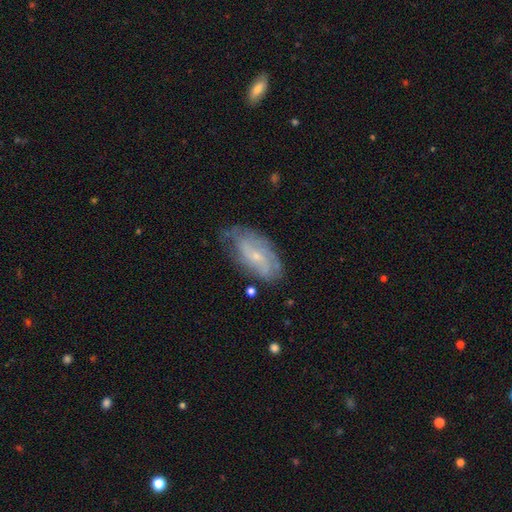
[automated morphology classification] featured or disk 65%, smooth 27%, star or artifact 8%. Down the decision tree: edge-on disk — no (92%); bar — no (61%); spiral arms — yes (80%); bulge size — small (73%); merging — none (62%).